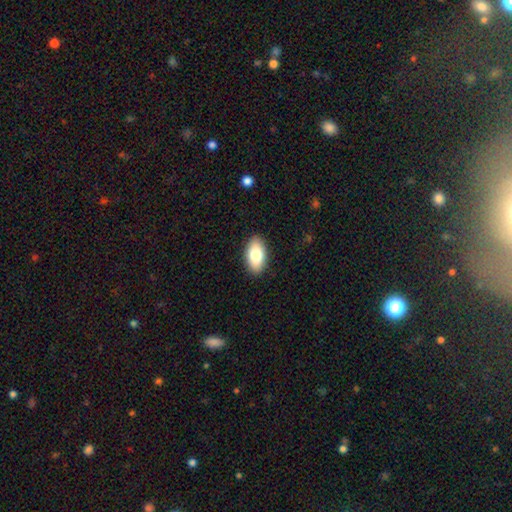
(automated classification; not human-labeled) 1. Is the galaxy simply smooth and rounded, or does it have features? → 81% smooth, 12% featured or disk, 7% star or artifact.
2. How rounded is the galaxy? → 94% in between, 4% round, 3% cigar-shaped.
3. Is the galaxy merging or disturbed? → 90% none, 7% minor disturbance, 2% major disturbance, 1% merger.